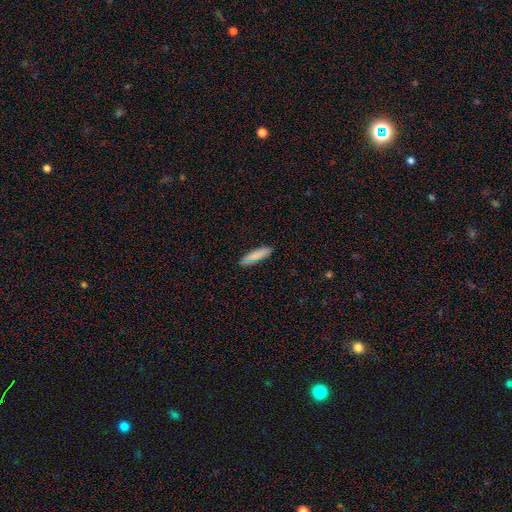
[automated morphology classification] This is clearly a smooth galaxy (83%). How rounded: likely cigar-shaped (63%). Merging: clearly none (86%).